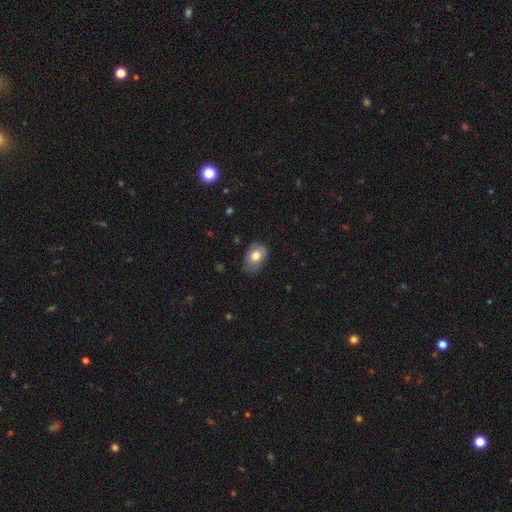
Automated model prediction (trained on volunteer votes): Morphology: type=smooth (75%); roundness=in between (82%); merging=none (71%).